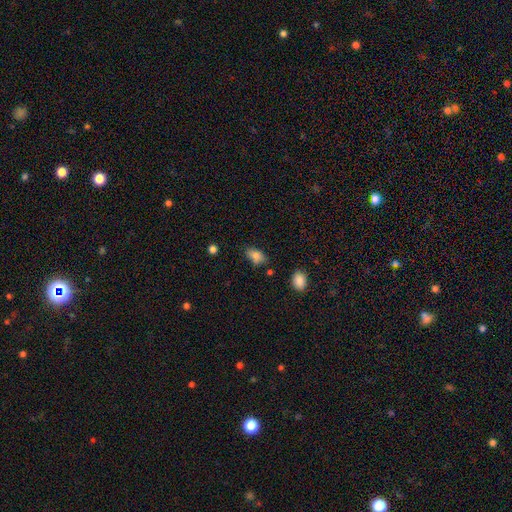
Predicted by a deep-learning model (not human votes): This appears to be a smooth galaxy with no disk features (82%) that is in between round and cigar-shaped (88%). Merging: none (72%).